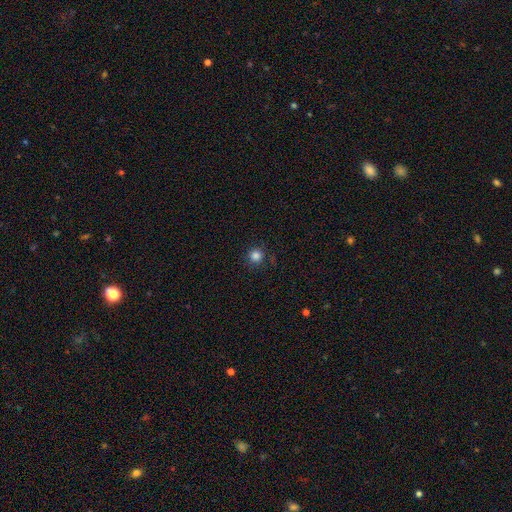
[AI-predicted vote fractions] Smooth or featured: smooth — 83% (star or artifact — 13%)
How rounded: round — 95% (in between — 4%)
Merging: none — 88% (minor disturbance — 8%)